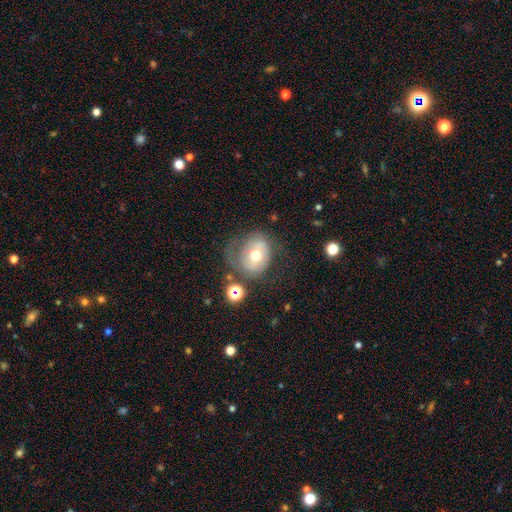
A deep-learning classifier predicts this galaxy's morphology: type=smooth (47%); merging=none (42%).